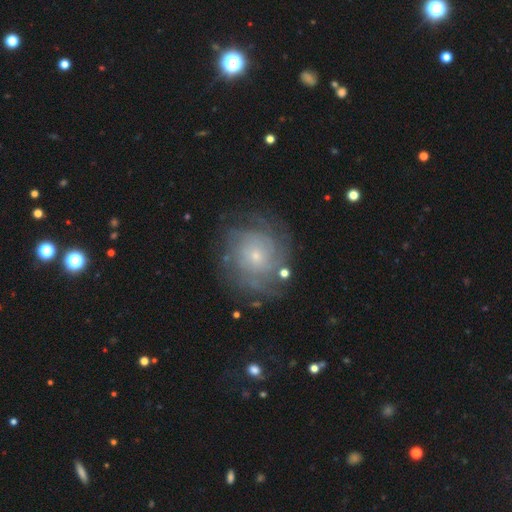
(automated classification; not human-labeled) This appears to be a featured or disk galaxy (72%) with no bar (82%), tight (69%) spiral arms (89%) and a small central bulge (76%). Merging: none (75%).